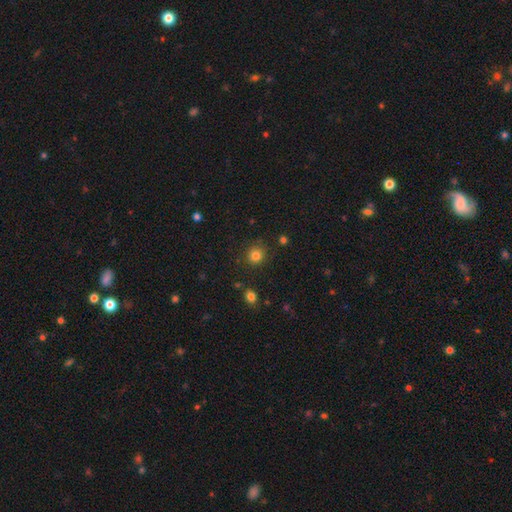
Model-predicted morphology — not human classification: Smooth or featured?
  - smooth: 82% *
  - star or artifact: 13%
  - featured or disk: 6%
How rounded?
  - round: 88% *
  - in between: 11%
  - cigar-shaped: 1%
Merging?
  - none: 85% *
  - minor disturbance: 10%
  - major disturbance: 3%
  - merger: 2%